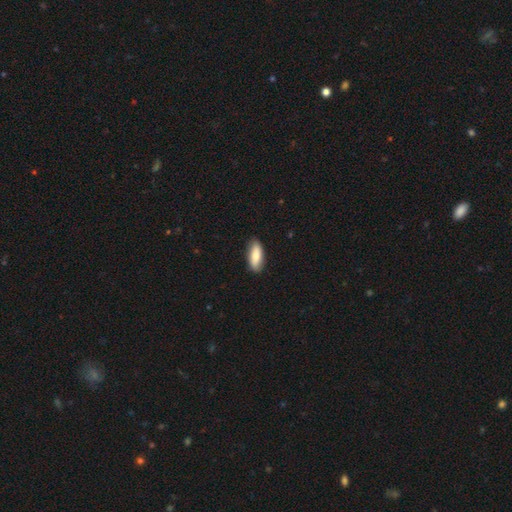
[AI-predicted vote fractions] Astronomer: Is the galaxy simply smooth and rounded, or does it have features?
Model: smooth — 82%.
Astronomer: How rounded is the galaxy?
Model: in between — 76%.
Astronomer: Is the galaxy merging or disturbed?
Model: none — 86%.